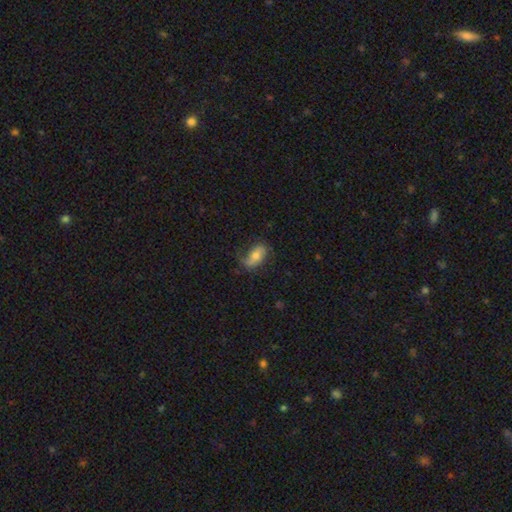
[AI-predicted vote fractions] This appears to be a smooth galaxy with no disk features (47%). Merging: none (63%).